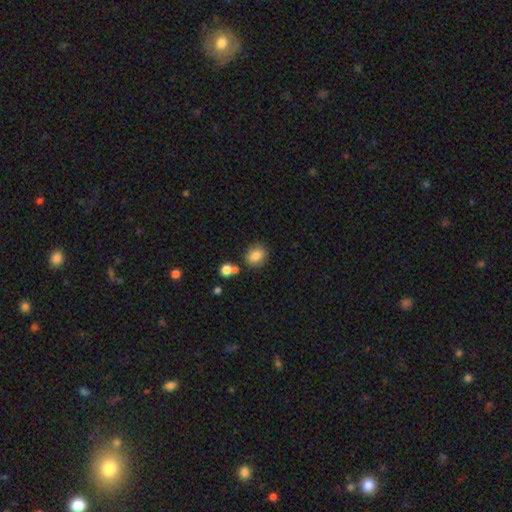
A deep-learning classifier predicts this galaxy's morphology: Smooth or featured? Predicted: smooth (p=0.83). How rounded? Predicted: round (p=0.53). Merging? Predicted: none (p=0.78).